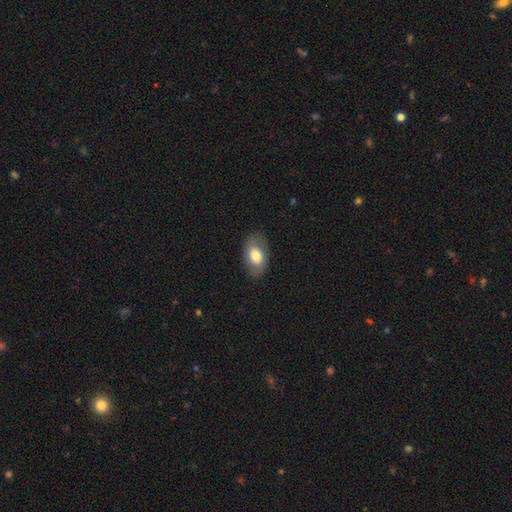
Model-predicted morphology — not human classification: The model was most divided on "smooth or featured": smooth: 69%, featured or disk: 25%, star or artifact: 6%. More confident: how rounded — in between (89%); merging — none (81%).